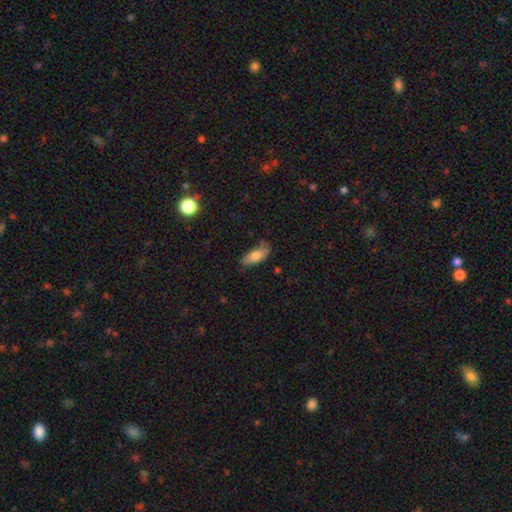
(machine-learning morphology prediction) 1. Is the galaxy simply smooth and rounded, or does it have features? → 76% smooth, 17% featured or disk, 7% star or artifact.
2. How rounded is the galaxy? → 79% in between, 18% cigar-shaped, 2% round.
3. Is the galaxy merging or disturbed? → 65% none, 27% minor disturbance, 6% major disturbance, 3% merger.